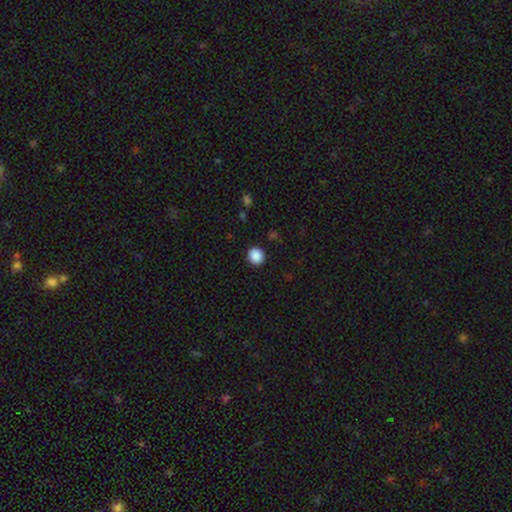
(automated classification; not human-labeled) smooth_or_featured: smooth (p=0.89) [alt: star or artifact p=0.09]
how_rounded: round (p=0.90) [alt: in between p=0.09]
merging: none (p=0.92) [alt: minor disturbance p=0.05]